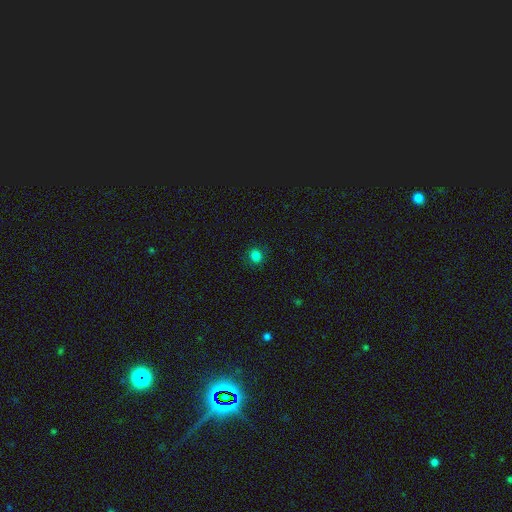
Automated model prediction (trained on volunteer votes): This is clearly a smooth galaxy (81%). How rounded: likely round (77%). Merging: clearly none (88%).